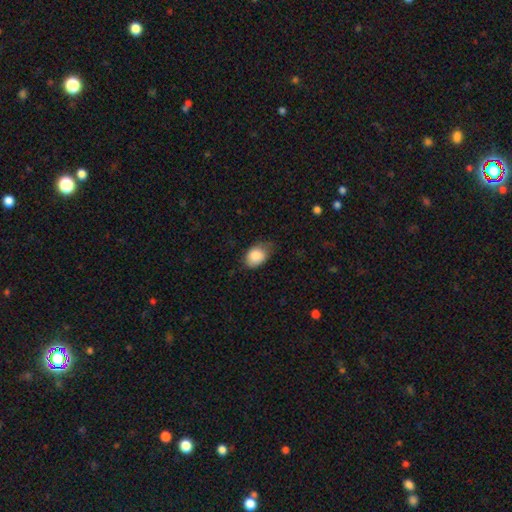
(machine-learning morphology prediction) A smooth galaxy with no disk features (85%) that is in between round and cigar-shaped (77%). Merging: none (53%).